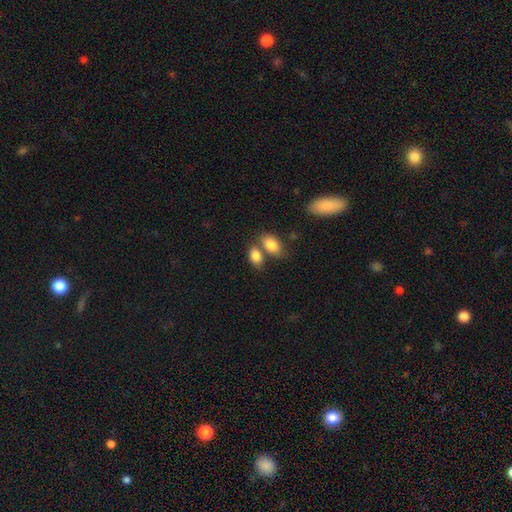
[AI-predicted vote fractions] Smooth or featured? smooth (85%)
How rounded? in between (86%)
Merging? none (45%)